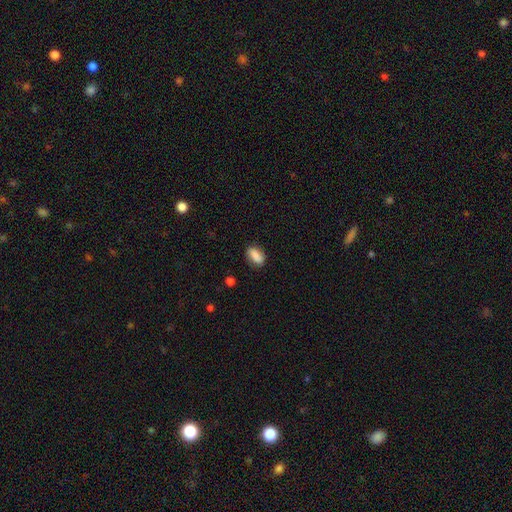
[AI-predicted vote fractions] A smooth galaxy with no disk features (81%) that is in between round and cigar-shaped (83%).

Vote fractions:
- Smooth or featured? smooth: 81% / featured or disk: 11% / star or artifact: 8%
- How rounded? in between: 83% / cigar-shaped: 9% / round: 8%
- Merging? none: 81% / minor disturbance: 14% / major disturbance: 3% / merger: 2%